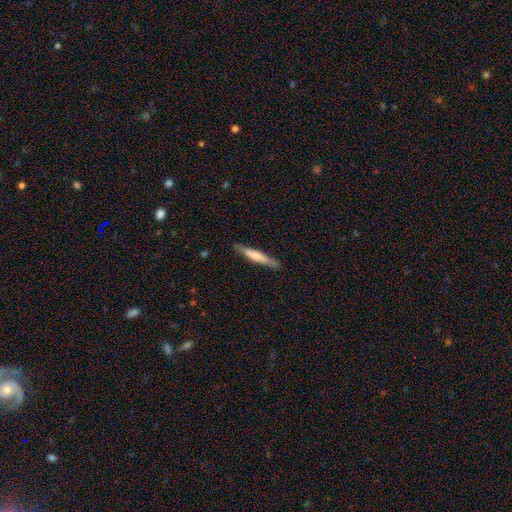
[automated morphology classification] smooth 60%, featured or disk 35%, star or artifact 5%. Down the decision tree: how rounded — cigar-shaped (92%); merging — none (86%).